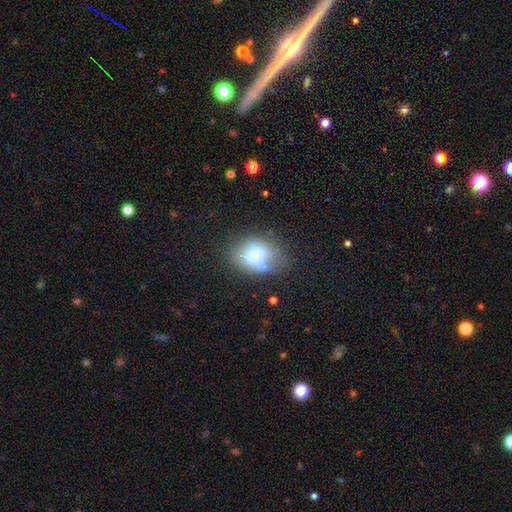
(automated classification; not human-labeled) Morphology: type=smooth (71%); roundness=in between (66%); merging=none (56%).